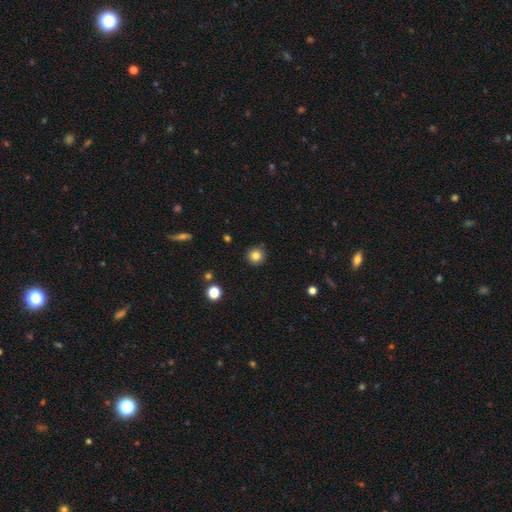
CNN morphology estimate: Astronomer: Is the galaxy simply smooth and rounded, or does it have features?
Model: smooth — 83%.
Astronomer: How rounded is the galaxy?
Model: round — 94%.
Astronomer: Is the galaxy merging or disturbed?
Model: none — 90%.